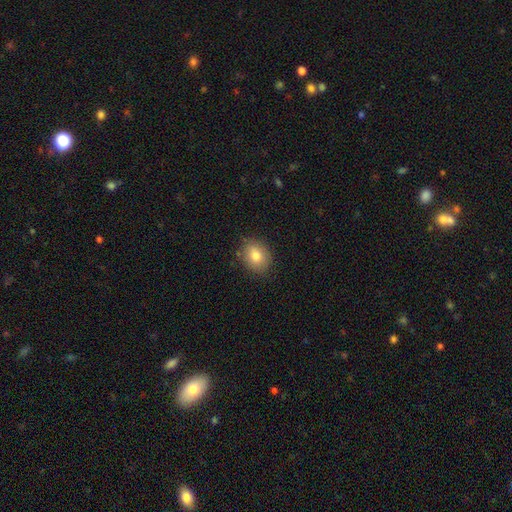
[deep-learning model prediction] A smooth galaxy with no disk features (79%) that is round (56%). Merging: none (83%).